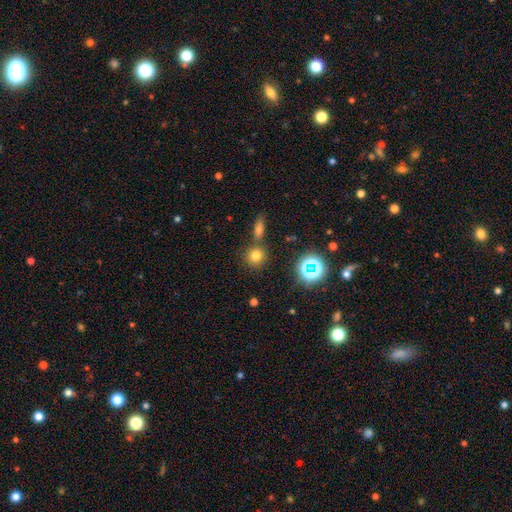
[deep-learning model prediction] A smooth galaxy with no disk features (71%) that is round (87%). Merging: none (74%).